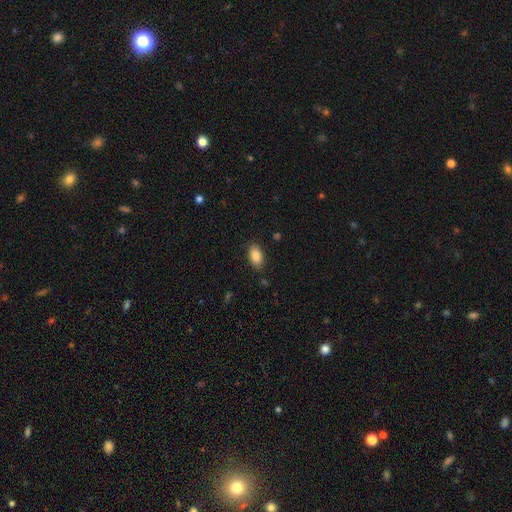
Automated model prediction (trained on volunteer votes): Smooth or featured? smooth (86%)
How rounded? in between (92%)
Merging? none (84%)